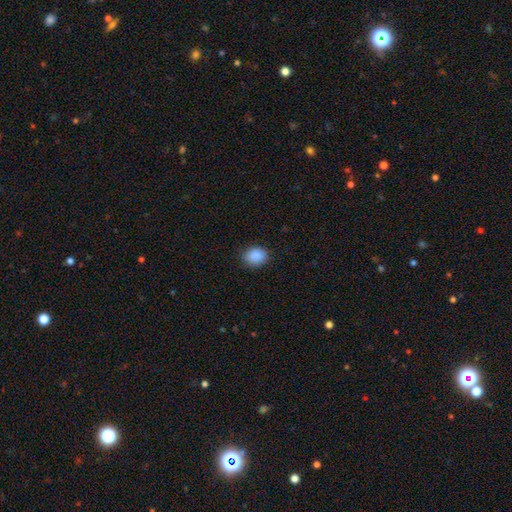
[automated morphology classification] This is clearly a smooth galaxy (89%). How rounded: likely round (60%). Merging: clearly none (83%).